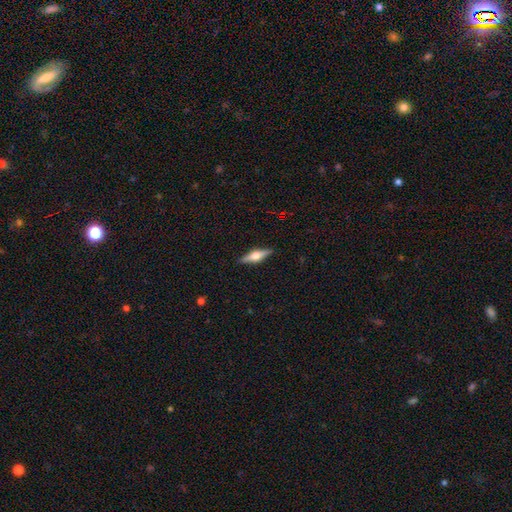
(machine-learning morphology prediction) Q: Smooth or featured?
A: featured or disk (65%); runner-up: smooth (29%)
Q: Edge-on disk?
A: yes (97%); runner-up: no (3%)
Q: Edge-on bulge?
A: rounded (92%); runner-up: boxy (6%)
Q: Merging?
A: none (90%); runner-up: minor disturbance (8%)